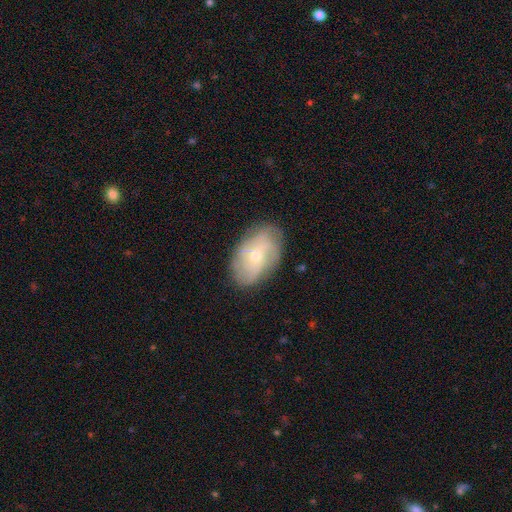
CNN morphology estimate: Smooth or featured? Predicted: featured or disk (p=0.57). Edge-on disk? Predicted: no (p=0.94). Bar? Predicted: no (p=0.74). Spiral arms? Predicted: yes (p=0.74). Bulge size? Predicted: small (p=0.60). Merging? Predicted: none (p=0.77).